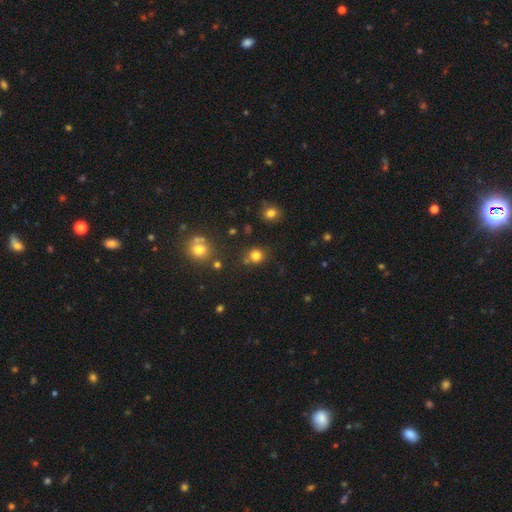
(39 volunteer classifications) Smooth or featured? 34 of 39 (87%) said smooth. How rounded? 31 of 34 (91%) said round. Merging? 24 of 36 (67%) said none.